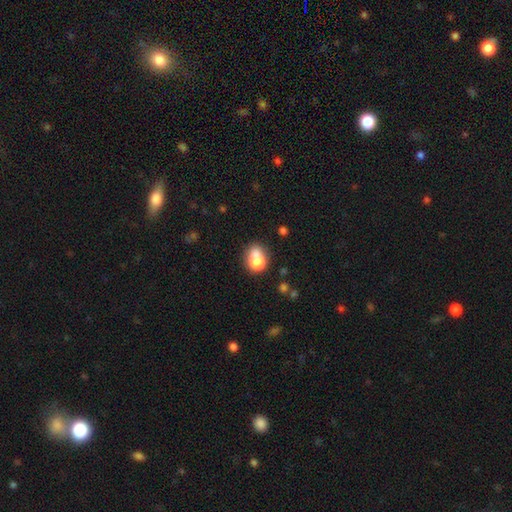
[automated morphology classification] Smooth or featured? Predicted: smooth (p=0.75). How rounded? Predicted: in between (p=0.57). Merging? Predicted: none (p=0.47).